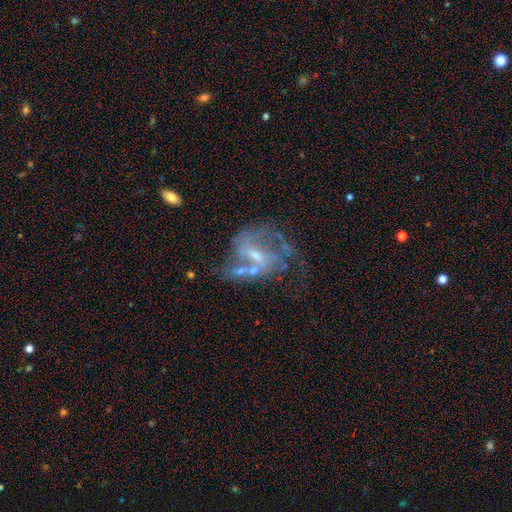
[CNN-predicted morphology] A featured or disk galaxy (80%) with a weak bar (46%), 2 (52%) medium (44%) spiral arms (82%) and a small central bulge (53%). Merging: none (35%).